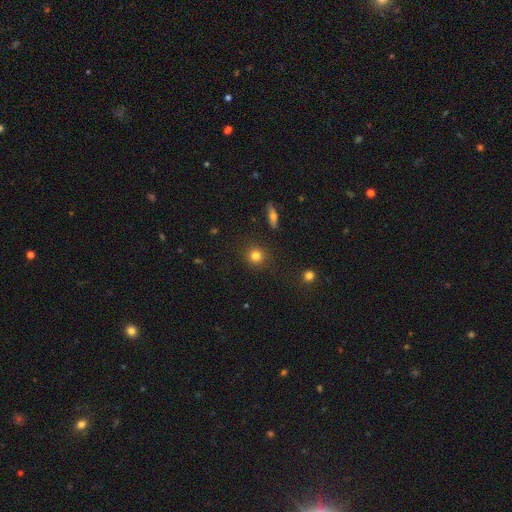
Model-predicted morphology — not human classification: The model was most divided on "smooth or featured": smooth: 82%, star or artifact: 12%, featured or disk: 7%. More confident: how rounded — round (92%); merging — none (90%).